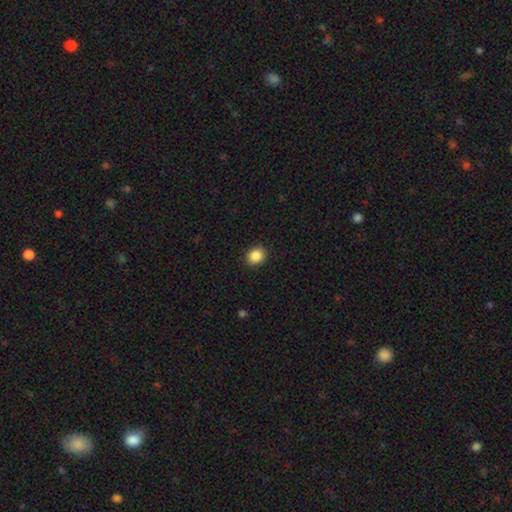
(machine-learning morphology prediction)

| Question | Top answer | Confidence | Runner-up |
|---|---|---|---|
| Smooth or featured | smooth | 87% | star or artifact (9%) |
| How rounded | round | 71% | in between (28%) |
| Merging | none | 90% | minor disturbance (7%) |